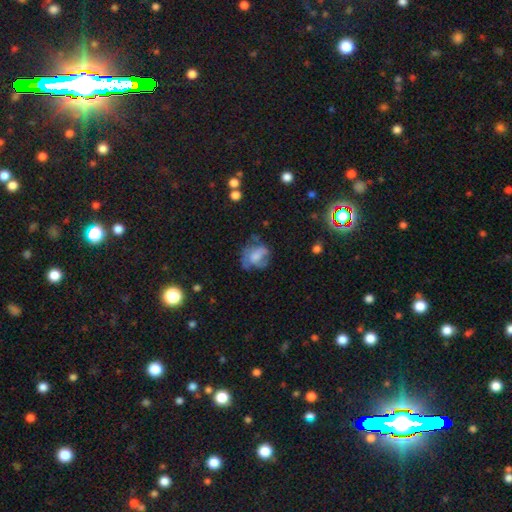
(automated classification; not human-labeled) Smooth or featured? smooth (49%)
Merging? none (44%)